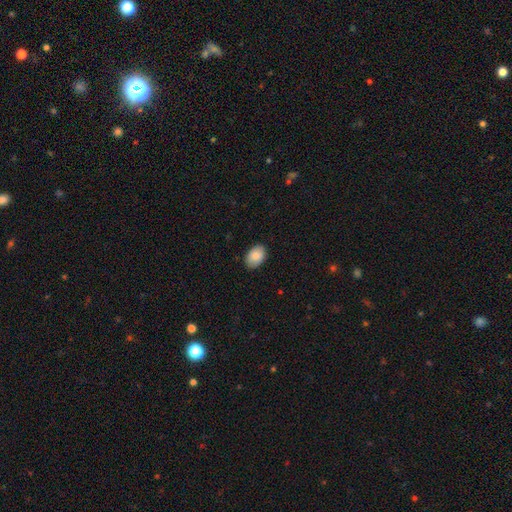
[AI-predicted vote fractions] The model was most divided on "how rounded": in between: 84%, round: 15%, cigar-shaped: 1%. More confident: smooth or featured — smooth (88%); merging — none (87%).